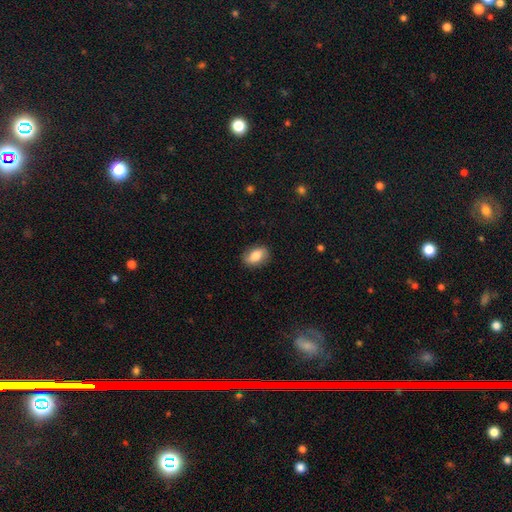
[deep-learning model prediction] Smooth or featured? Predicted: smooth (p=0.74). How rounded? Predicted: in between (p=0.85). Merging? Predicted: none (p=0.84).